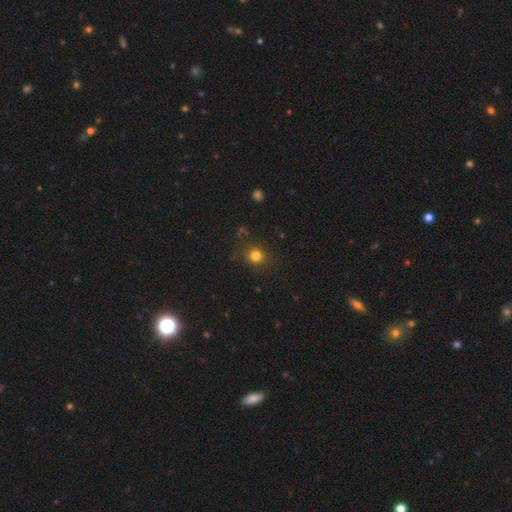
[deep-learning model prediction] Smooth or featured? smooth (80%)
How rounded? round (86%)
Merging? none (84%)